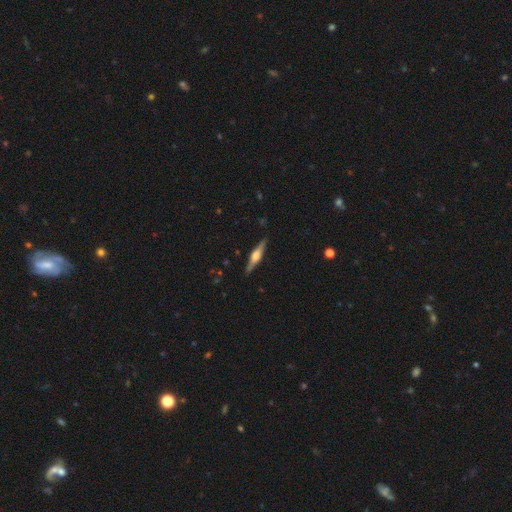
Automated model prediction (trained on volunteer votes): This appears to be a featured or disk galaxy (72%) viewed edge-on (97%) with a rounded central bulge (85%). Merging: none (89%).